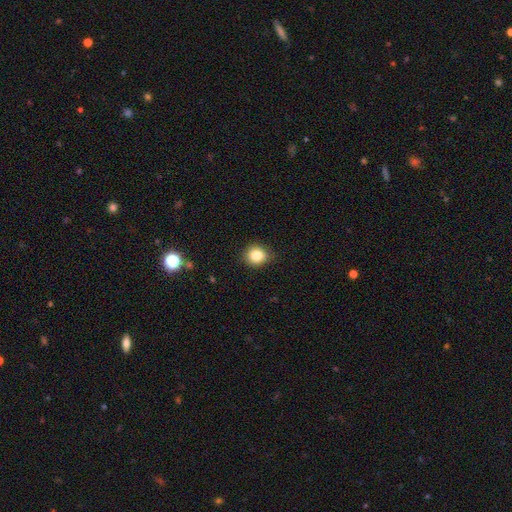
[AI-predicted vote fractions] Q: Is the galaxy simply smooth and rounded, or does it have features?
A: smooth — 84%.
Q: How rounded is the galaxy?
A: round — 78%.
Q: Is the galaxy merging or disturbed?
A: none — 85%.